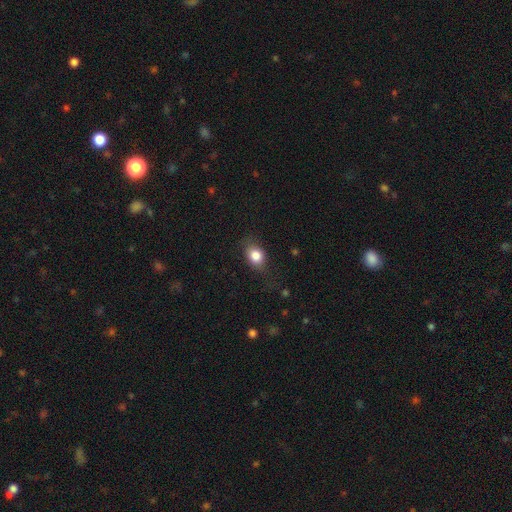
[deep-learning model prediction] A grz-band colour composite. It shows a smooth galaxy with no disk features (81%) that is in between round and cigar-shaped (57%). Merging: none (72%).